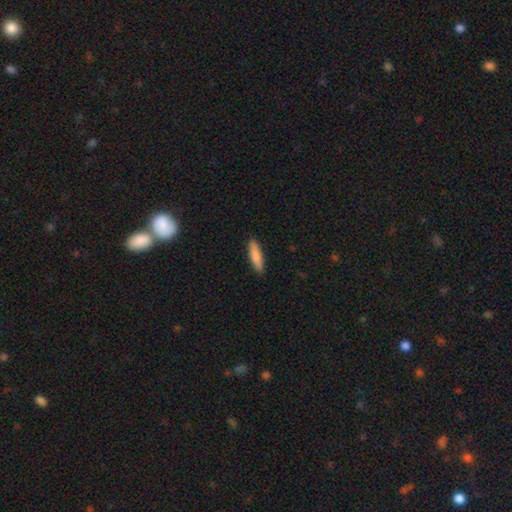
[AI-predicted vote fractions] The model was most divided on "how rounded": cigar-shaped: 72%, in between: 27%, round: 1%. More confident: merging — none (90%); smooth or featured — smooth (85%).